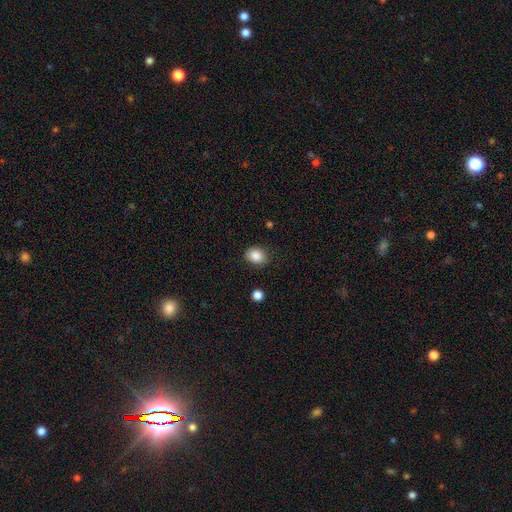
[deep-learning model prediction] Smooth or featured?
  - smooth: 86% *
  - star or artifact: 9%
  - featured or disk: 5%
How rounded?
  - in between: 54% *
  - round: 45%
  - cigar-shaped: 1%
Merging?
  - none: 82% *
  - minor disturbance: 13%
  - major disturbance: 3%
  - merger: 2%